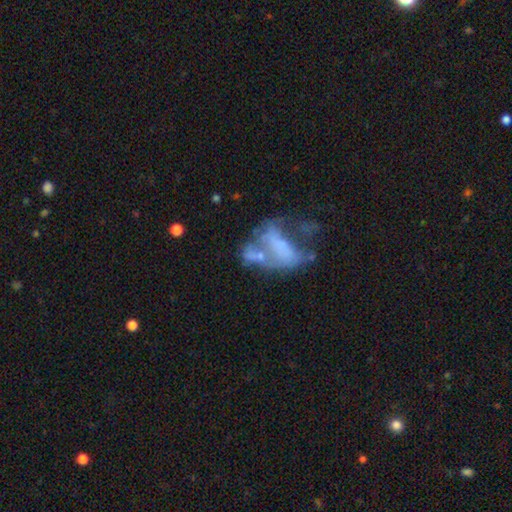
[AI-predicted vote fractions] The model was most divided on "smooth or featured": featured or disk: 46%, smooth: 39%, star or artifact: 15%. Remaining: merging — merger (42%).